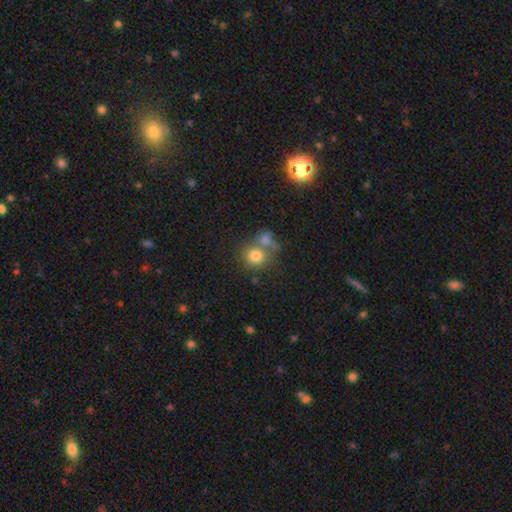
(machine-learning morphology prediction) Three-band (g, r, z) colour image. It shows a smooth galaxy with no disk features (78%) that is round (86%). Merging: none (47%).